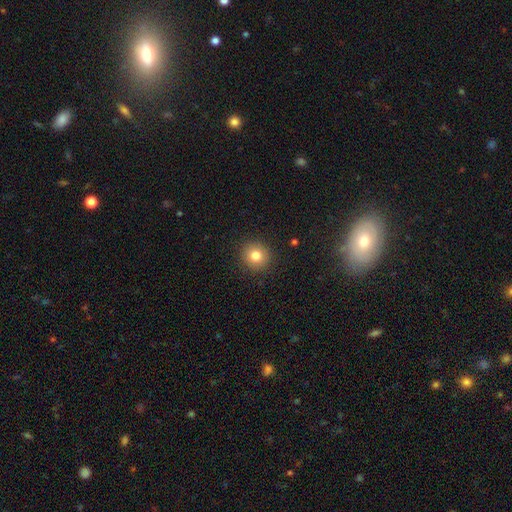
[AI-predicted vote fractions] A smooth galaxy with no disk features (80%) that is round (91%). Merging: none (91%).